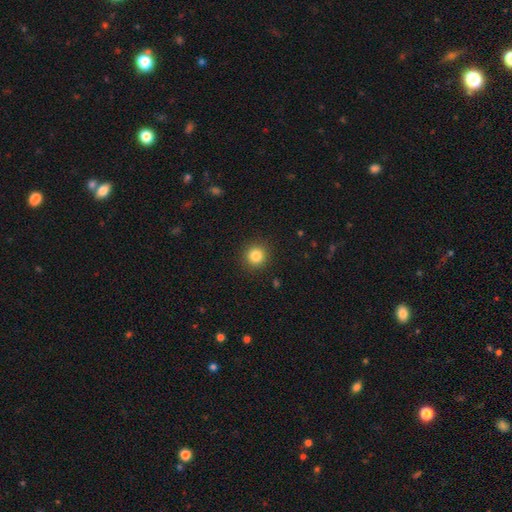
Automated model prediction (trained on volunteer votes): A smooth galaxy with no disk features (84%) that is round (94%). Merging: none (91%).